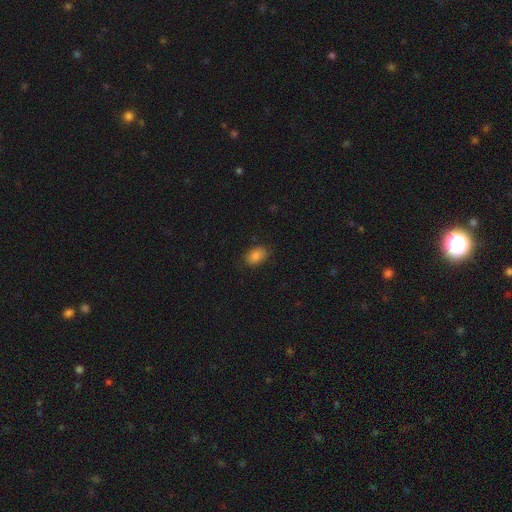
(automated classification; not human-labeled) Smooth or featured? Predicted: smooth (p=0.86). How rounded? Predicted: in between (p=0.85). Merging? Predicted: none (p=0.81).